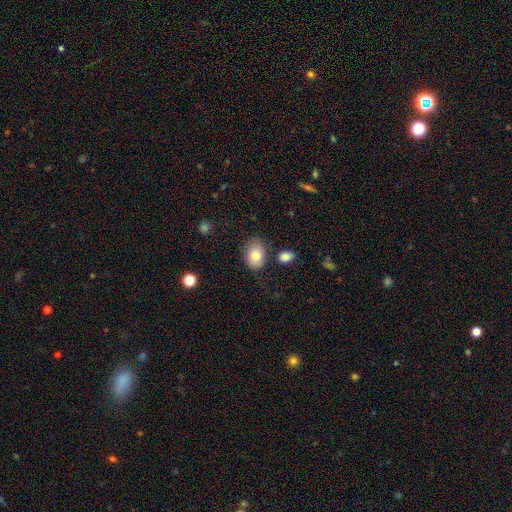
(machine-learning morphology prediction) smooth-or-featured: smooth: 80% | featured or disk: 12% | star or artifact: 8%
  how-rounded: in between: 76% | round: 23% | cigar-shaped: 1%
  merging: none: 76% | minor disturbance: 15% | merger: 5% | major disturbance: 4%